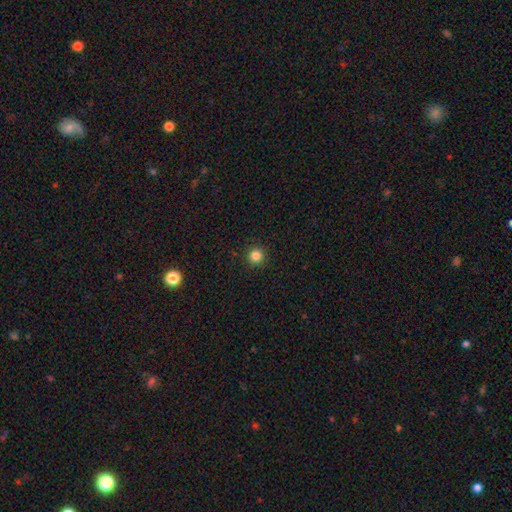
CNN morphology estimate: Q: Smooth or featured?
A: smooth (84%); runner-up: star or artifact (12%)
Q: How rounded?
A: round (96%); runner-up: in between (3%)
Q: Merging?
A: none (93%); runner-up: minor disturbance (4%)